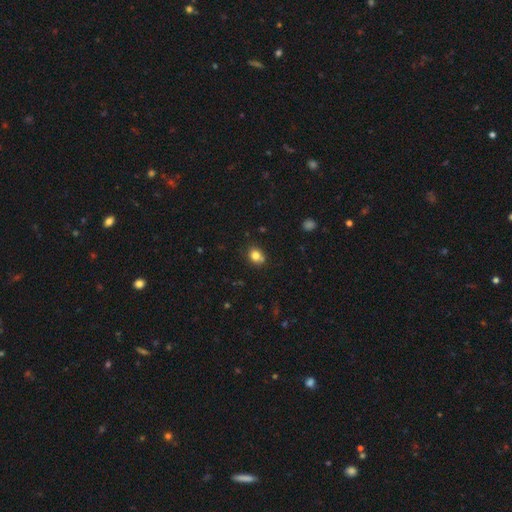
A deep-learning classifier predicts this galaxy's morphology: smooth 80%, star or artifact 12%, featured or disk 8%. Down the decision tree: how rounded — round (60%); merging — none (69%).